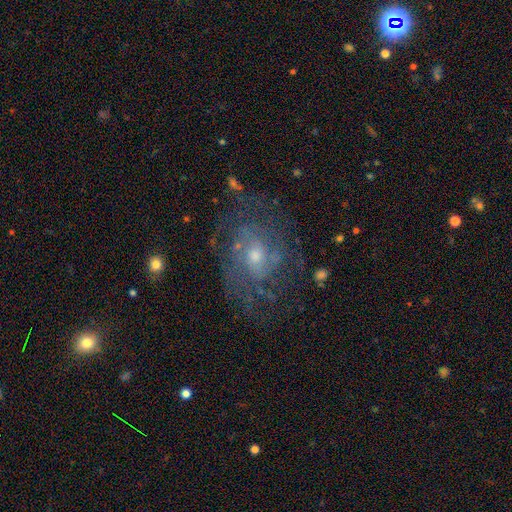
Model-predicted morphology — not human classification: A featured or disk galaxy (75%) with no bar (66%), tight (46%) spiral arms (81%) and a moderate central bulge (47%, tied with small).

Vote fractions:
- Smooth or featured? featured or disk: 75% / smooth: 15% / star or artifact: 11%
- Edge-on disk? no: 97% / yes: 3%
- Bar? no: 66% / weak: 29% / strong: 4%
- Spiral arms? yes: 81% / no: 19%
- Spiral winding? tight: 46% / medium: 39% / loose: 15%
- Spiral arm count? can't tell: 47% / 2: 26% / 3: 11% / 4: 6% / 1: 5% / more than 4: 4%
- Bulge size? moderate: 47% (tied) / small: 47% (tied) / large: 3% / none: 2% / dominant: 1%
- Merging? none: 66% / minor disturbance: 19% / major disturbance: 13% / merger: 2%